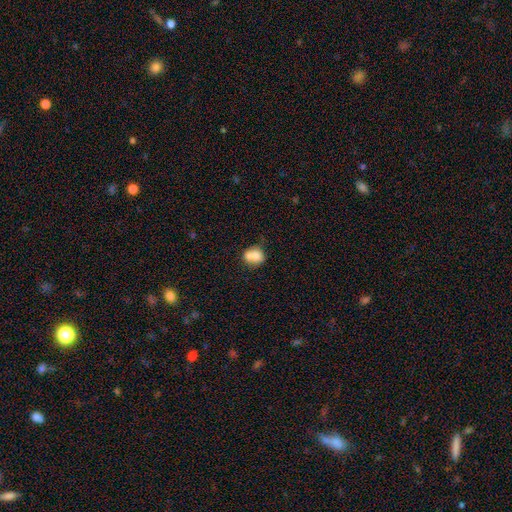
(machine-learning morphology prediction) smooth_or_featured: smooth (p=0.74) [alt: featured or disk p=0.17]
how_rounded: round (p=0.63) [alt: in between p=0.36]
merging: merger (p=0.48) [alt: none p=0.36]